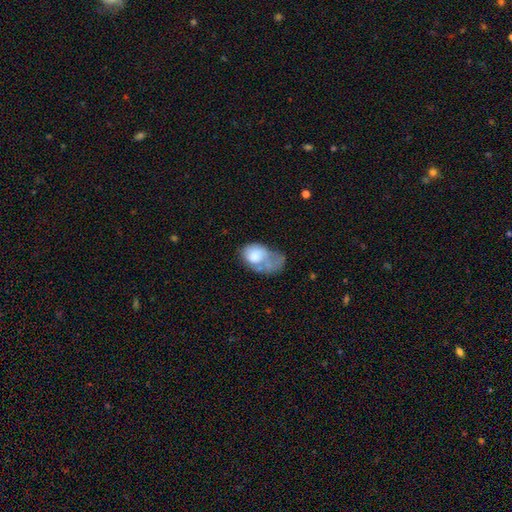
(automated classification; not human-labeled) The model was most divided on "merging": major disturbance: 45%, minor disturbance: 23%, merger: 16%, none: 16%. More confident: how rounded — in between (80%); smooth or featured — smooth (63%).